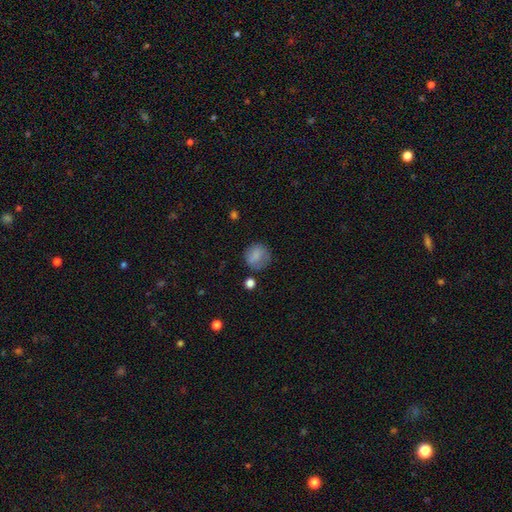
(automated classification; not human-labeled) A smooth galaxy with no disk features (78%) that is round (79%).

Vote fractions:
- Smooth or featured? smooth: 78% / featured or disk: 11% / star or artifact: 10%
- How rounded? round: 79% / in between: 19% / cigar-shaped: 1%
- Merging? none: 64% / minor disturbance: 22% / major disturbance: 10% / merger: 5%